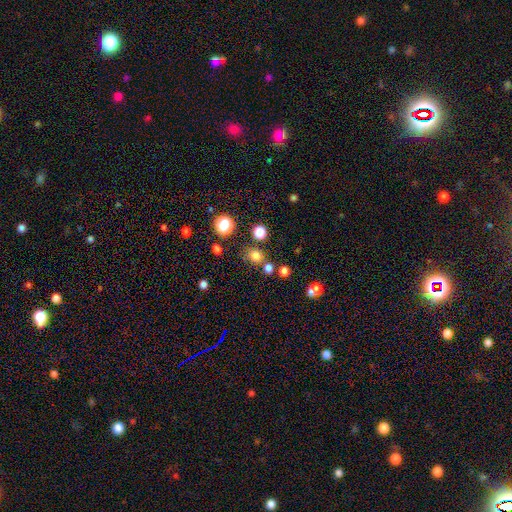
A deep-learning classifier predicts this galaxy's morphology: Smooth or featured? Predicted: smooth (p=0.74). How rounded? Predicted: round (p=0.80). Merging? Predicted: none (p=0.75).